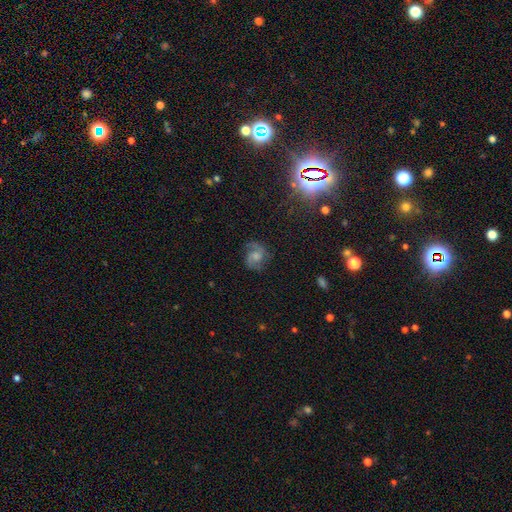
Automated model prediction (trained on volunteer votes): Q: Smooth or featured?
A: featured or disk (69%); runner-up: smooth (19%)
Q: Edge-on disk?
A: no (98%); runner-up: yes (2%)
Q: Bar?
A: no (61%); runner-up: weak (34%)
Q: Spiral arms?
A: yes (94%); runner-up: no (6%)
Q: Spiral winding?
A: medium (51%); runner-up: tight (25%)
Q: Spiral arm count?
A: 2 (80%); runner-up: can't tell (8%)
Q: Bulge size?
A: moderate (41%); runner-up: small (32%)
Q: Merging?
A: none (69%); runner-up: minor disturbance (19%)